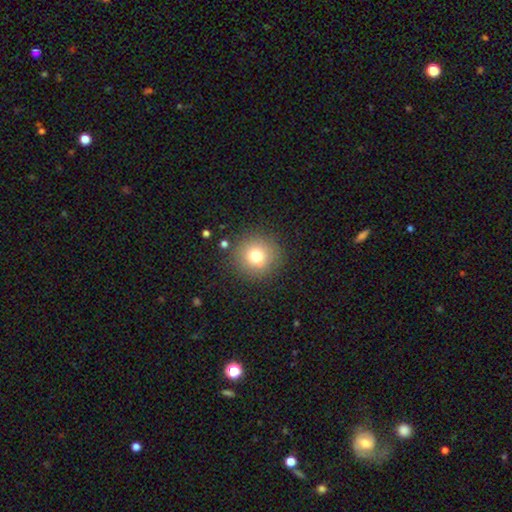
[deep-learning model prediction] This is likely a smooth galaxy (75%). How rounded: clearly round (94%). Merging: clearly none (86%).